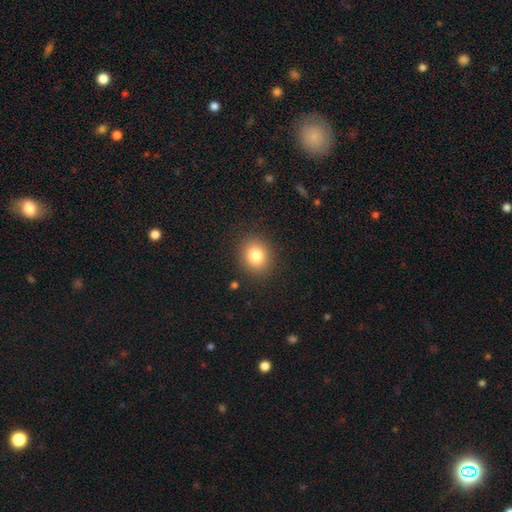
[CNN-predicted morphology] This is clearly a smooth galaxy (81%). How rounded: likely round (70%). Merging: clearly none (88%).